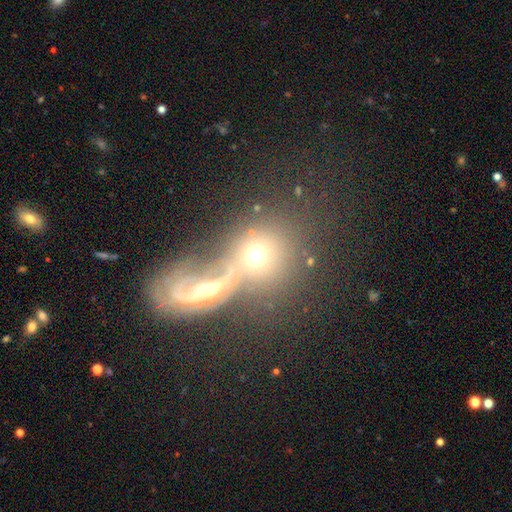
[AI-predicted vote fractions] Smooth or featured?
  - smooth: 49% *
  - featured or disk: 35%
  - star or artifact: 17%
Merging?
  - merger: 52% *
  - none: 29%
  - major disturbance: 11%
  - minor disturbance: 8%